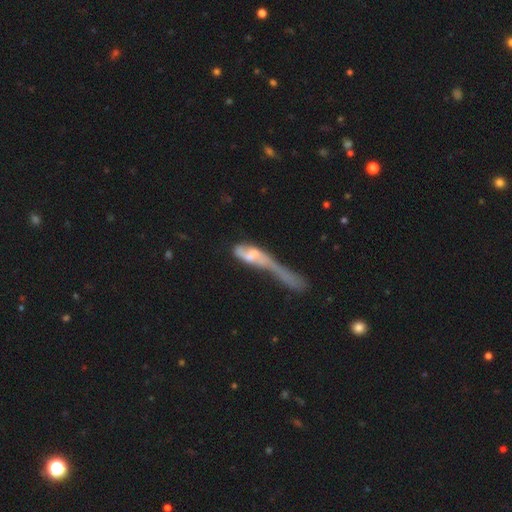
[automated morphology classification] smooth_or_featured: featured or disk (p=0.51) [alt: smooth p=0.40]
disk_edge_on: no (p=0.79) [alt: yes p=0.21]
merging: major disturbance (p=0.41) [alt: merger p=0.38]